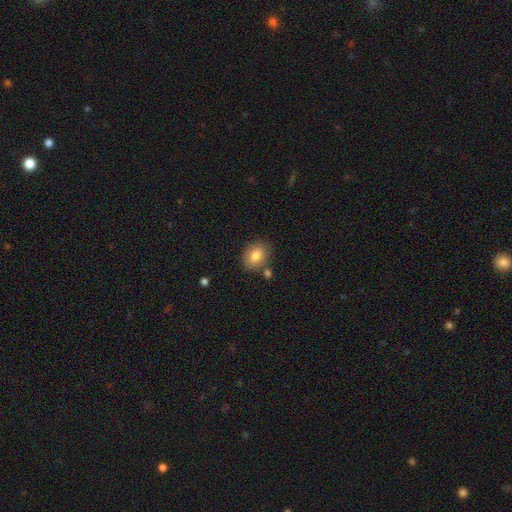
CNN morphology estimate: type=smooth (80%); roundness=in between (66%); merging=none (77%).